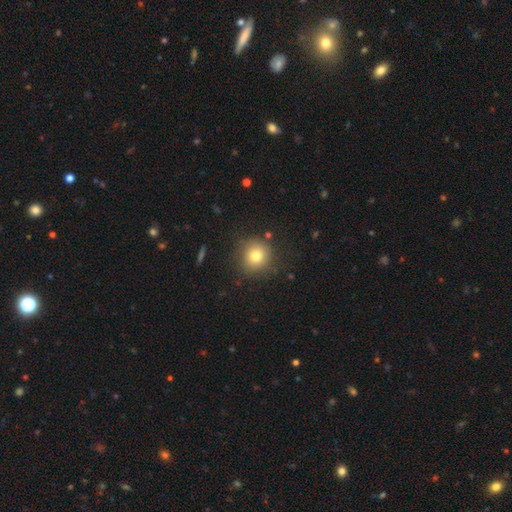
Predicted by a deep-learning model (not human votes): A smooth galaxy with no disk features (77%) that is round (92%).

Vote fractions:
- Smooth or featured? smooth: 77% / star or artifact: 12% / featured or disk: 11%
- How rounded? round: 92% / in between: 7% / cigar-shaped: 1%
- Merging? none: 86% / minor disturbance: 9% / major disturbance: 3% / merger: 2%